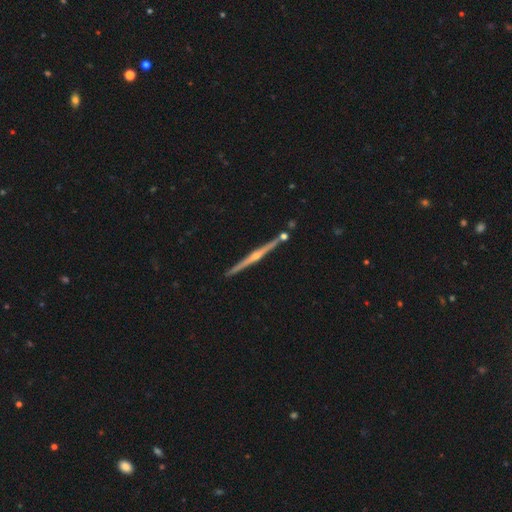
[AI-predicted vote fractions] Overall: featured or disk (86%). Edge-on disk: yes (99%). Edge-on bulge: rounded (88%). Merging: none (89%).